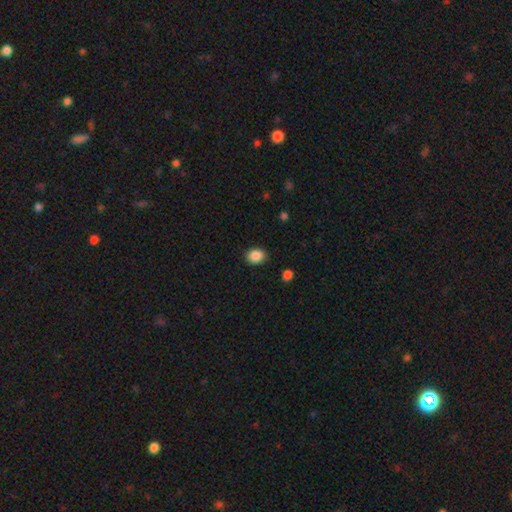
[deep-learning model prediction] Smooth or featured?
  - smooth: 88% *
  - star or artifact: 9%
  - featured or disk: 3%
How rounded?
  - round: 59% *
  - in between: 41%
  - cigar-shaped: 1%
Merging?
  - none: 86% *
  - minor disturbance: 10%
  - major disturbance: 2%
  - merger: 1%